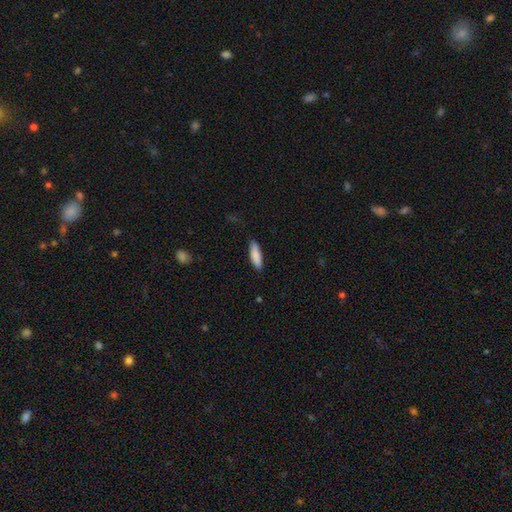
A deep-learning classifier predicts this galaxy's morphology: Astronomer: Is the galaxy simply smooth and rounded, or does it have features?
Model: smooth — 85%.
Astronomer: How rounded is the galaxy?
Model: cigar-shaped — 62%.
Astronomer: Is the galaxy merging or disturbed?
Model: none — 86%.